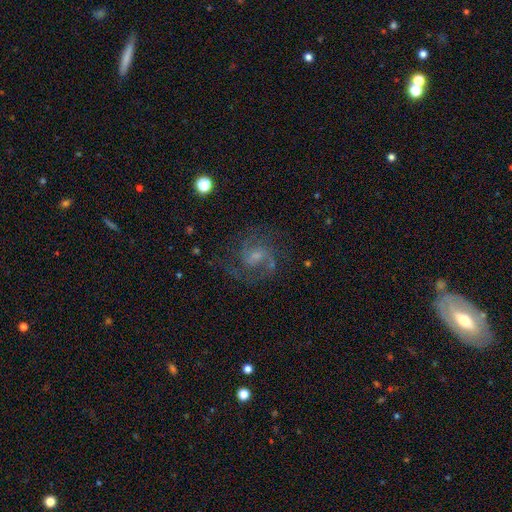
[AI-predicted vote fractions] Smooth or featured?
  - featured or disk: 79% *
  - smooth: 11%
  - star or artifact: 9%
Edge-on disk?
  - no: 98% *
  - yes: 2%
Bar?
  - weak: 47% *
  - no: 44%
  - strong: 8%
Spiral arms?
  - yes: 94% *
  - no: 6%
Spiral winding?
  - medium: 55% *
  - tight: 26%
  - loose: 19%
Spiral arm count?
  - 2: 61% *
  - can't tell: 14%
  - 3: 13%
  - 1: 5%
  - 4: 3%
  - more than 4: 3%
Bulge size?
  - small: 55% *
  - moderate: 28%
  - none: 12%
  - large: 3%
  - dominant: 1%
Merging?
  - none: 68% *
  - minor disturbance: 15%
  - major disturbance: 14%
  - merger: 2%